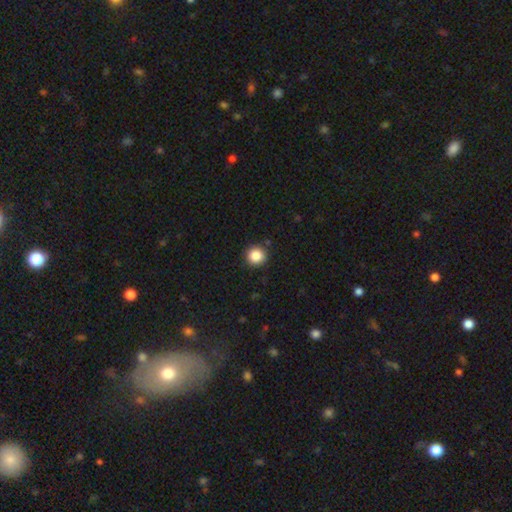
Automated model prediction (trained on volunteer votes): Smooth or featured?
  - smooth: 85% *
  - star or artifact: 10%
  - featured or disk: 4%
How rounded?
  - round: 94% *
  - in between: 5%
  - cigar-shaped: 1%
Merging?
  - none: 90% *
  - minor disturbance: 7%
  - major disturbance: 2%
  - merger: 2%